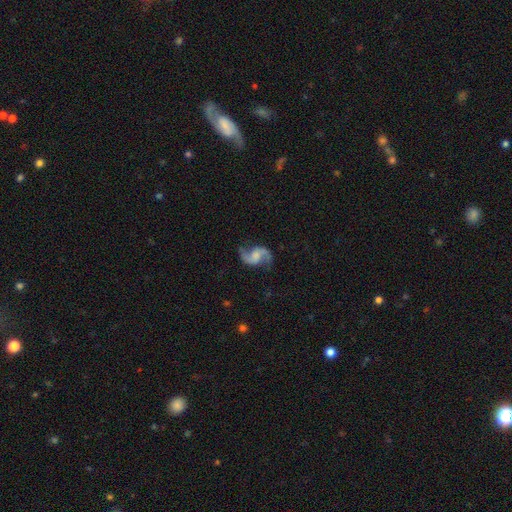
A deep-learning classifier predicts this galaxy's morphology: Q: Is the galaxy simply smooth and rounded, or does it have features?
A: featured or disk — 87%.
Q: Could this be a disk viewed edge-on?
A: no — 98%.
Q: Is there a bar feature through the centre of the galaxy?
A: no — 47%.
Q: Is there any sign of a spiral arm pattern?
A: yes — 97%.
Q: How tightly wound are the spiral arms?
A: loose — 61%.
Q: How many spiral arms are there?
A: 2 — 94%.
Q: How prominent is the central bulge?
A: none — 36%.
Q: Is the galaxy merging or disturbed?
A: none — 75%.